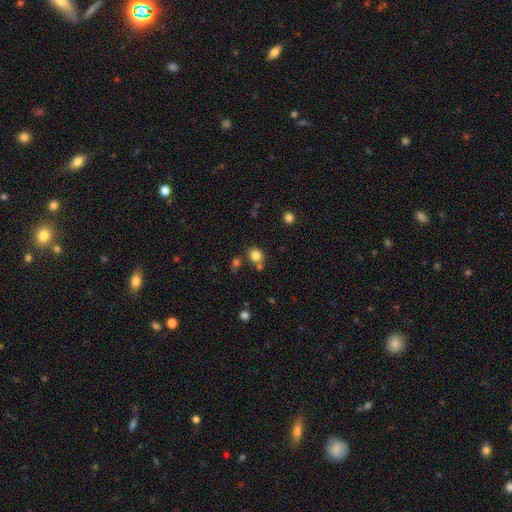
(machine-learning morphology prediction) smooth 82%, star or artifact 13%, featured or disk 6%. Down the decision tree: how rounded — round (79%); merging — none (68%).